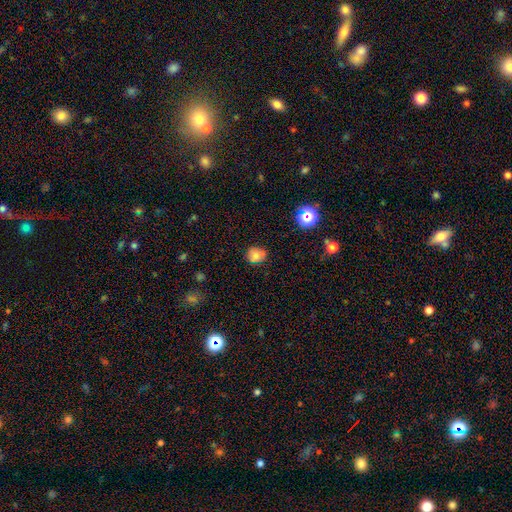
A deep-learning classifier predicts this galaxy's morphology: Overall: smooth (77%). How rounded: round (75%). Merging: none (75%).